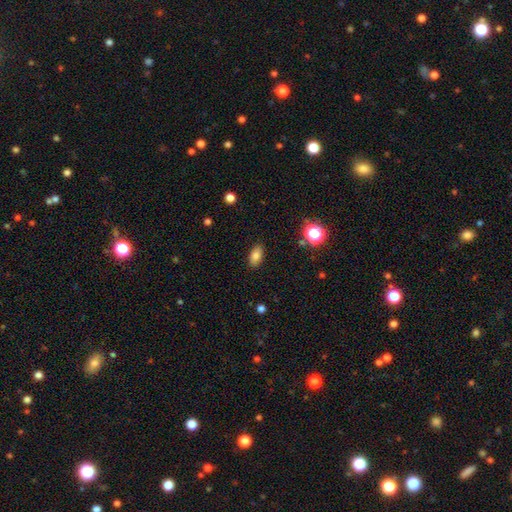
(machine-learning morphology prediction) smooth-or-featured: smooth: 81% | star or artifact: 10% | featured or disk: 9%
  how-rounded: in between: 90% | round: 7% | cigar-shaped: 3%
  merging: none: 88% | minor disturbance: 8% | major disturbance: 2% | merger: 1%